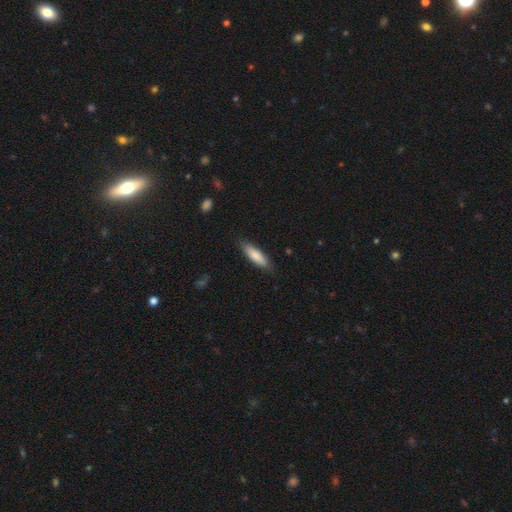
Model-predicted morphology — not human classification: This is clearly a smooth galaxy (82%). How rounded: likely cigar-shaped (60%). Merging: clearly none (83%).